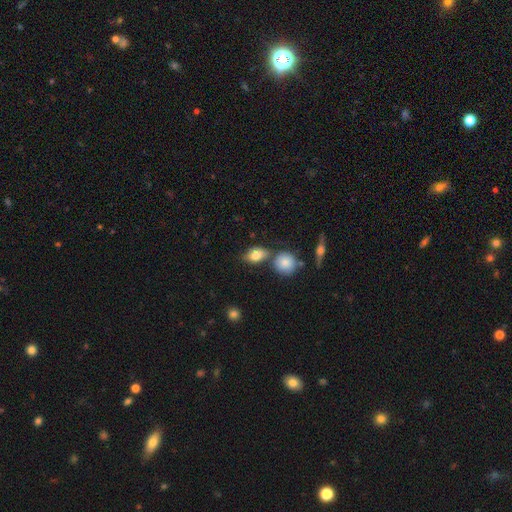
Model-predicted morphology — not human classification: The model was most divided on "merging": none: 59%, merger: 21%, minor disturbance: 15%, major disturbance: 4%. More confident: smooth or featured — smooth (77%); how rounded — in between (77%).